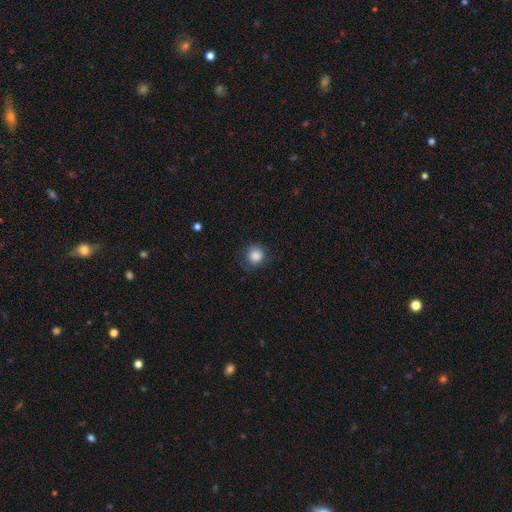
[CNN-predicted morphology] smooth-or-featured: smooth: 85% | star or artifact: 9% | featured or disk: 6%
  how-rounded: round: 91% | in between: 8% | cigar-shaped: 1%
  merging: none: 79% | minor disturbance: 14% | major disturbance: 6% | merger: 1%